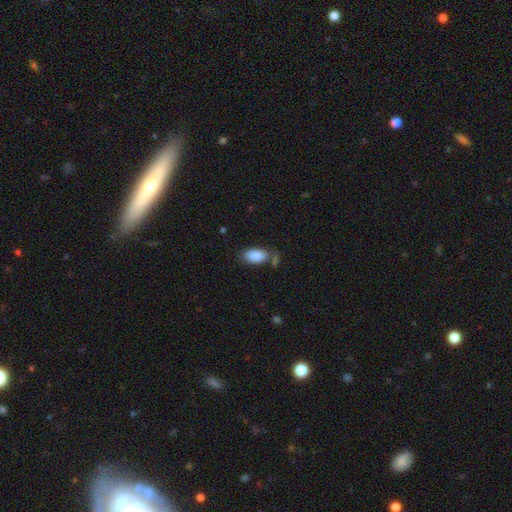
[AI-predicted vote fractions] A smooth galaxy with no disk features (88%) that is in between round and cigar-shaped (94%).

Vote fractions:
- Smooth or featured? smooth: 88% / star or artifact: 7% / featured or disk: 6%
- How rounded? in between: 94% / round: 3% / cigar-shaped: 3%
- Merging? none: 66% / minor disturbance: 18% / merger: 11% / major disturbance: 5%